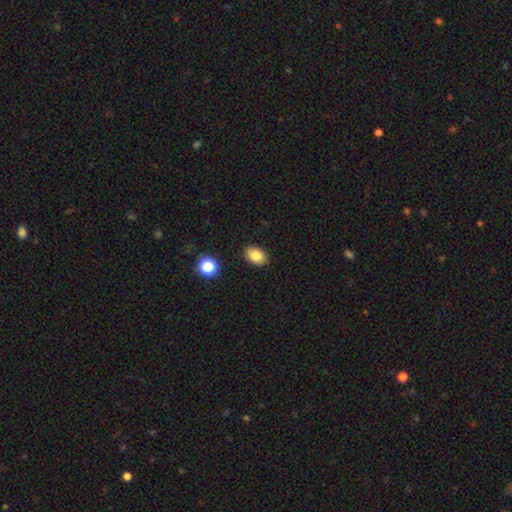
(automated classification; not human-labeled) The model was most divided on "how rounded": in between: 83%, round: 16%, cigar-shaped: 1%. More confident: merging — none (89%); smooth or featured — smooth (82%).